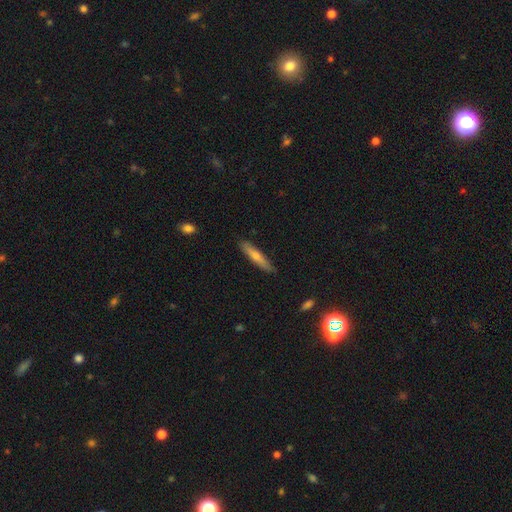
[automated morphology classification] This appears to be a smooth galaxy with no disk features (46%). Merging: none (89%).